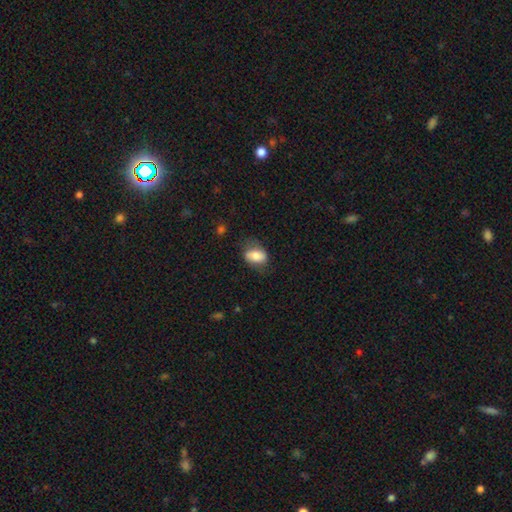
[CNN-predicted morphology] Smooth or featured: smooth — 73% (featured or disk — 19%)
How rounded: in between — 84% (round — 14%)
Merging: none — 65% (minor disturbance — 24%)